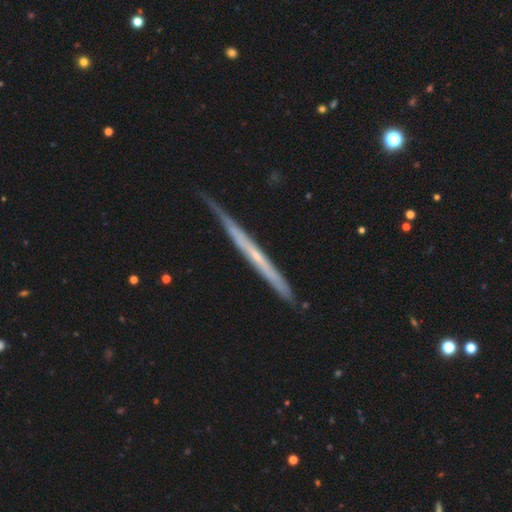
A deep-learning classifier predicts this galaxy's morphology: smooth_or_featured: featured or disk (p=0.69) [alt: smooth p=0.25]
disk_edge_on: yes (p=0.95) [alt: no p=0.05]
edge_on_bulge: none (p=0.77) [alt: rounded p=0.20]
merging: none (p=0.75) [alt: minor disturbance p=0.21]